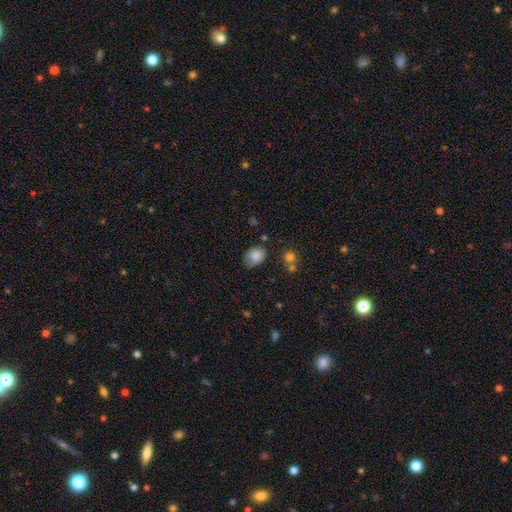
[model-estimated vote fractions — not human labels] The model was most divided on "how rounded": in between: 66%, round: 33%, cigar-shaped: 1%. More confident: smooth or featured — smooth (84%); merging — none (63%).